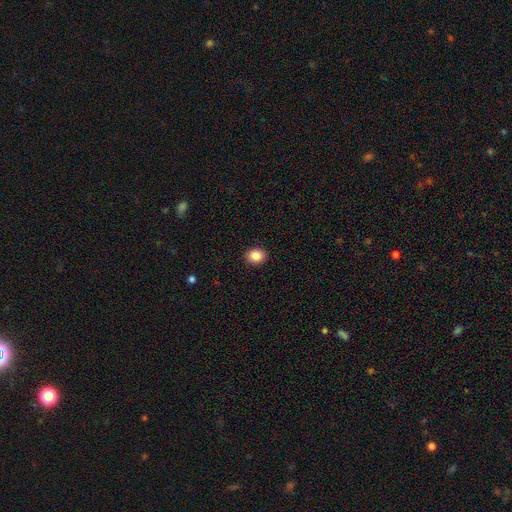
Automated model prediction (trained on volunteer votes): smooth-or-featured: smooth: 86% | star or artifact: 9% | featured or disk: 4%
  how-rounded: round: 61% | in between: 39% | cigar-shaped: 1%
  merging: none: 91% | minor disturbance: 6% | major disturbance: 2% | merger: 1%